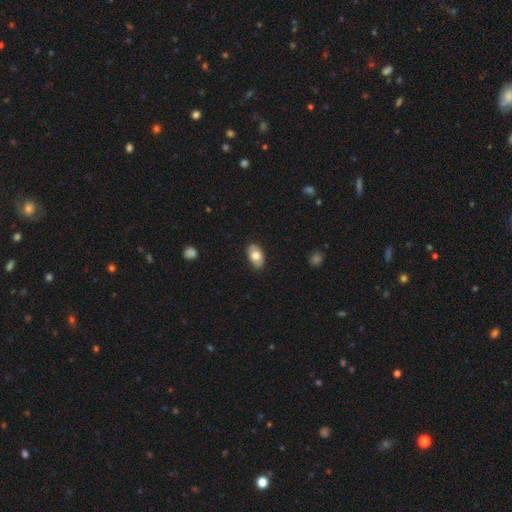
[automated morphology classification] type=smooth (70%); roundness=in between (92%); merging=none (84%).